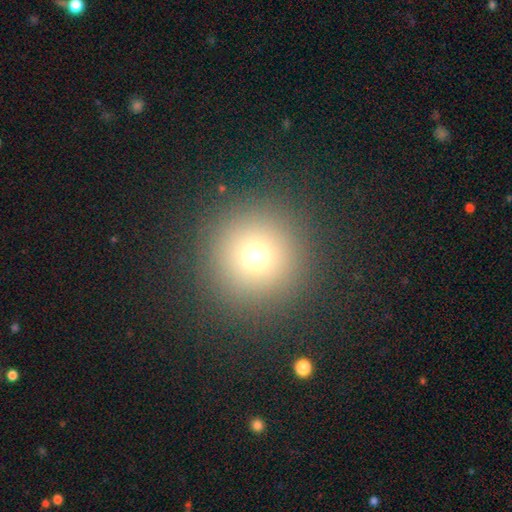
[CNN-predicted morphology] A smooth galaxy with no disk features (71%) that is round (96%). Merging: none (92%).